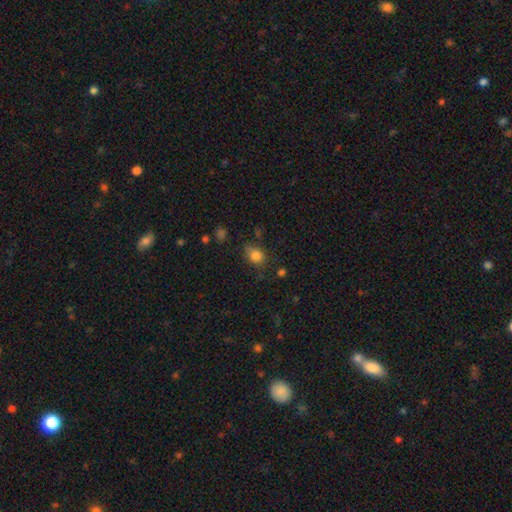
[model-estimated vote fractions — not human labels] This is clearly a smooth galaxy (81%). How rounded: possibly in between (52%). Merging: likely none (63%).